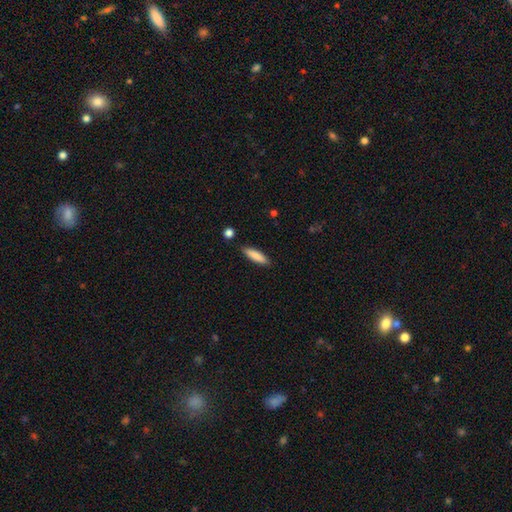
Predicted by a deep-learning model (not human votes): Smooth or featured? smooth (84%)
How rounded? cigar-shaped (71%)
Merging? none (87%)